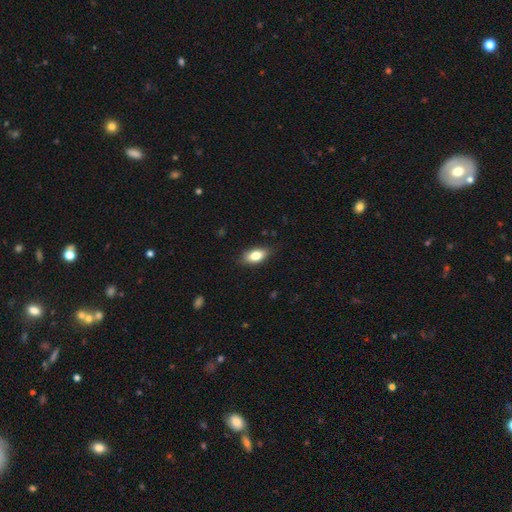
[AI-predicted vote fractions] Smooth or featured? Predicted: smooth (p=0.81). How rounded? Predicted: in between (p=0.87). Merging? Predicted: none (p=0.82).